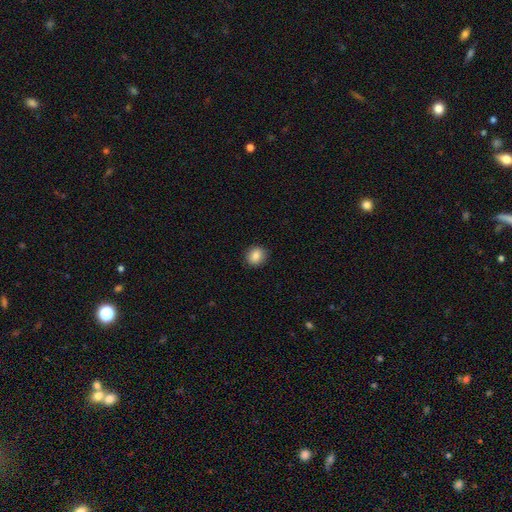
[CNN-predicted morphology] This appears to be a smooth galaxy with no disk features (86%) that is round (71%). Merging: none (89%).